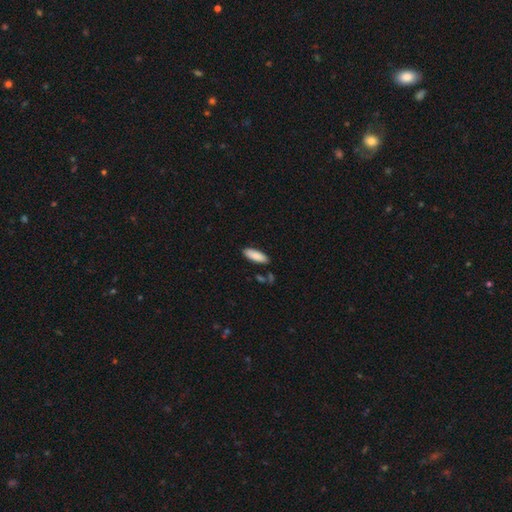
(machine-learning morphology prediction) Overall: smooth (88%). How rounded: in between (62%; cigar-shaped 37%). Merging: none (83%).